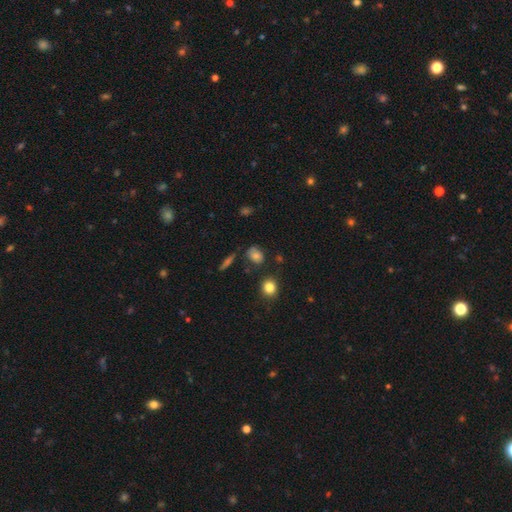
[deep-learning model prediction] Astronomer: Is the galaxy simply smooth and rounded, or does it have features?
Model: smooth — 74%.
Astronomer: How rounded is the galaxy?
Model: in between — 58% (runner-up: round, 39%).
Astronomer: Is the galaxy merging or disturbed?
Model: none — 69%.